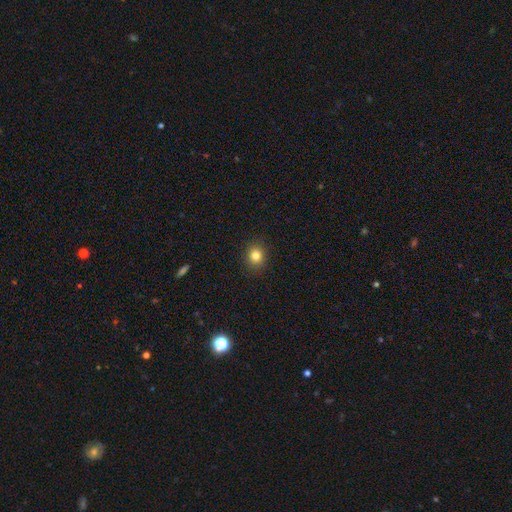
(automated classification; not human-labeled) Overall: smooth (83%). How rounded: round (75%). Merging: none (90%).